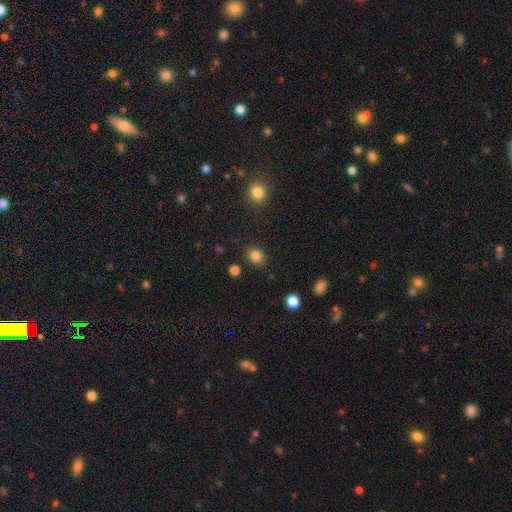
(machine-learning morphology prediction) This appears to be a smooth galaxy with no disk features (84%) that is round (58%). Merging: none (84%).